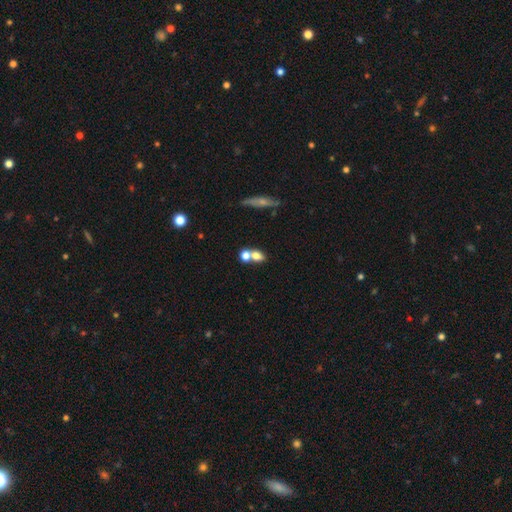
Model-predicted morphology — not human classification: smooth-or-featured: smooth: 72% | featured or disk: 17% | star or artifact: 11%
  how-rounded: in between: 60% | round: 36% | cigar-shaped: 5%
  merging: merger: 51% | none: 37% | minor disturbance: 8% | major disturbance: 4%